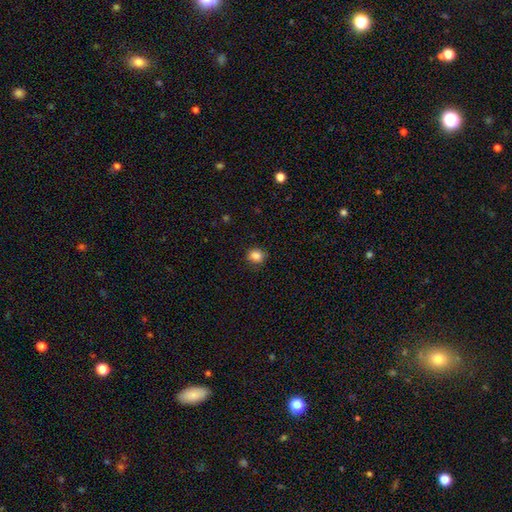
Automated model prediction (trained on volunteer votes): The model was most divided on "how rounded": round: 68%, in between: 31%, cigar-shaped: 1%. More confident: smooth or featured — smooth (86%); merging — none (85%).